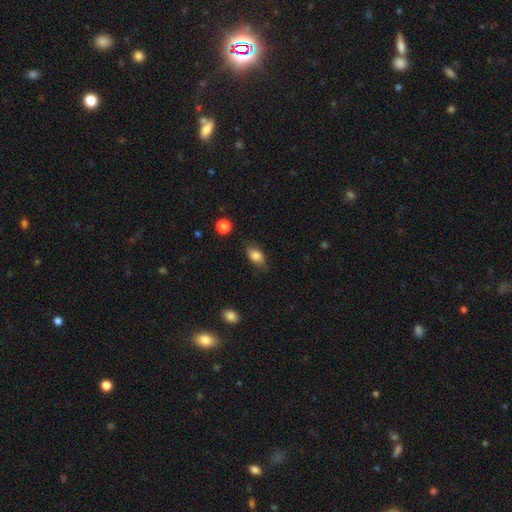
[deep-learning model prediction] Smooth or featured?
  - smooth: 81% *
  - featured or disk: 11%
  - star or artifact: 8%
How rounded?
  - in between: 85% *
  - round: 9%
  - cigar-shaped: 6%
Merging?
  - none: 78% *
  - minor disturbance: 17%
  - major disturbance: 4%
  - merger: 1%